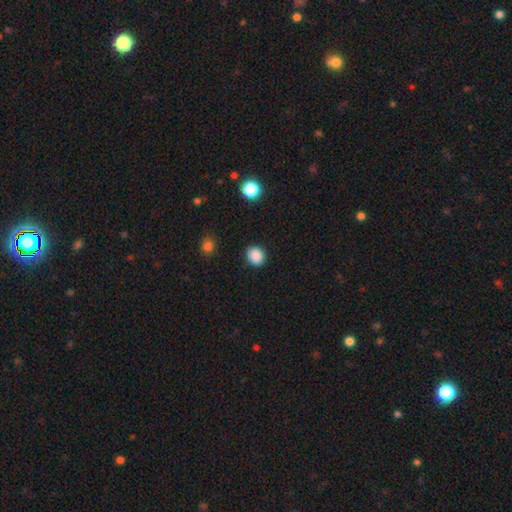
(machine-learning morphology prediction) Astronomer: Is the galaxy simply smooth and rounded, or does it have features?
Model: smooth — 88%.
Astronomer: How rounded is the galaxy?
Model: round — 77%.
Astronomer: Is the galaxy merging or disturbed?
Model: none — 89%.